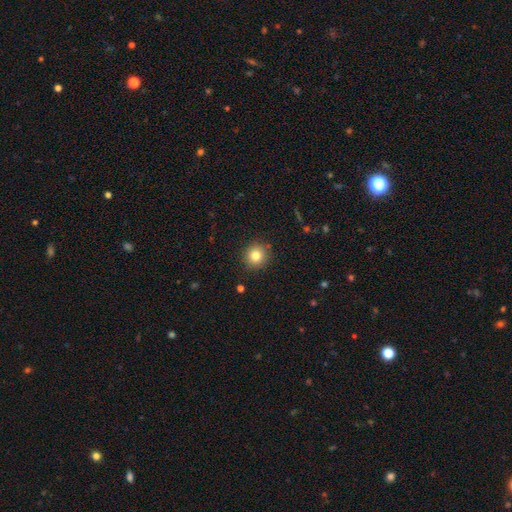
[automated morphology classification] A smooth galaxy with no disk features (82%) that is round (93%). Merging: none (90%).